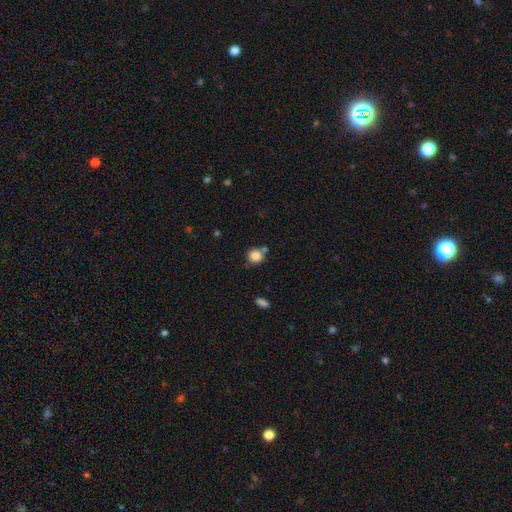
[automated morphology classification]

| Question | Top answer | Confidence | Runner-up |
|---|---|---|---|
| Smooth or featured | smooth | 85% | star or artifact (10%) |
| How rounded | round | 90% | in between (9%) |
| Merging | none | 69% | merger (15%) |